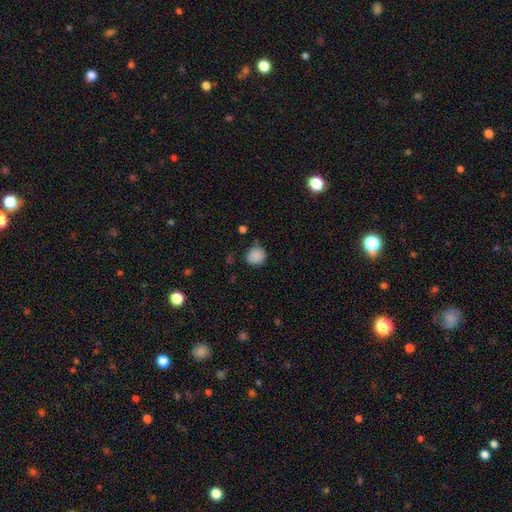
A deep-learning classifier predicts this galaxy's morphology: type=smooth (86%); roundness=round (87%); merging=none (70%).